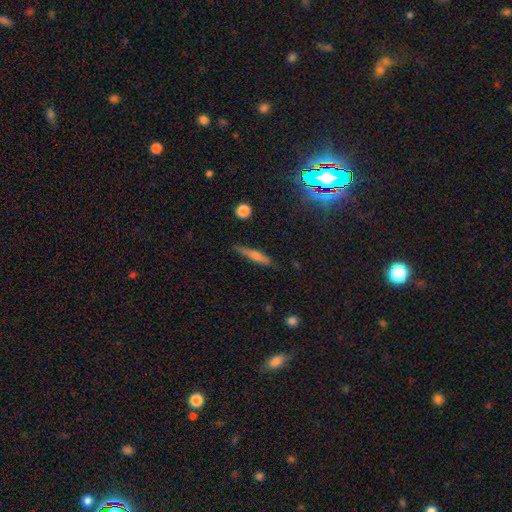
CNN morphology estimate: A smooth galaxy with no disk features (48%).

Vote fractions:
- Smooth or featured? smooth: 48% / featured or disk: 40% / star or artifact: 12%
- Merging? none: 85% / minor disturbance: 11% / major disturbance: 2% / merger: 2%